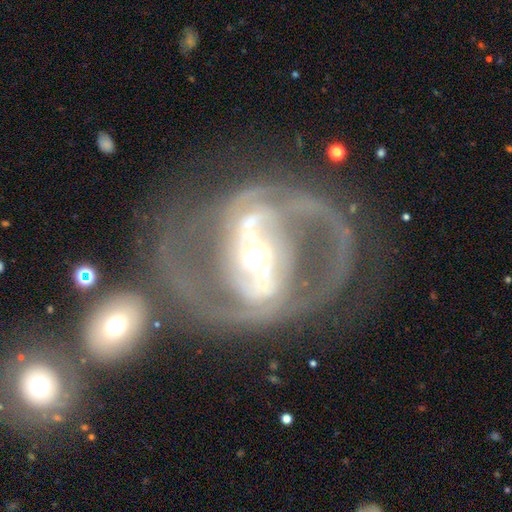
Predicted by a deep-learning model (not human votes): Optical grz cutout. It shows a featured or disk galaxy (90%) with a strong bar (65%), 2 (87%) medium (56%) spiral arms (92%) and a moderate central bulge (52%). Merging: none (58%).